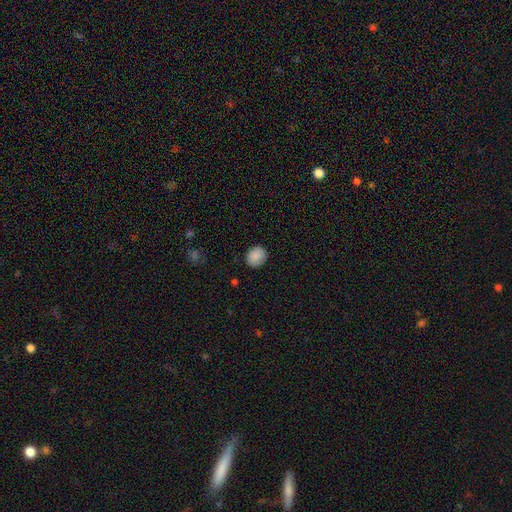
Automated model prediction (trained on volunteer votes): Smooth or featured? smooth (88%)
How rounded? round (67%)
Merging? none (86%)